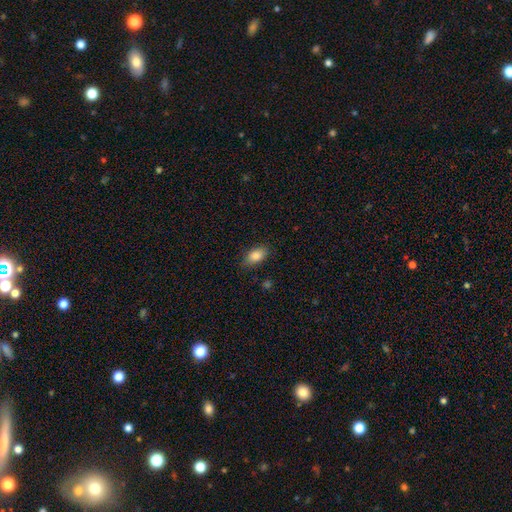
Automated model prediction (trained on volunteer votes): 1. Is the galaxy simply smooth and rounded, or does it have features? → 87% smooth, 8% star or artifact, 6% featured or disk.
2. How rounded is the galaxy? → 90% in between, 7% round, 4% cigar-shaped.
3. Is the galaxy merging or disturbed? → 83% none, 13% minor disturbance, 3% major disturbance, 1% merger.